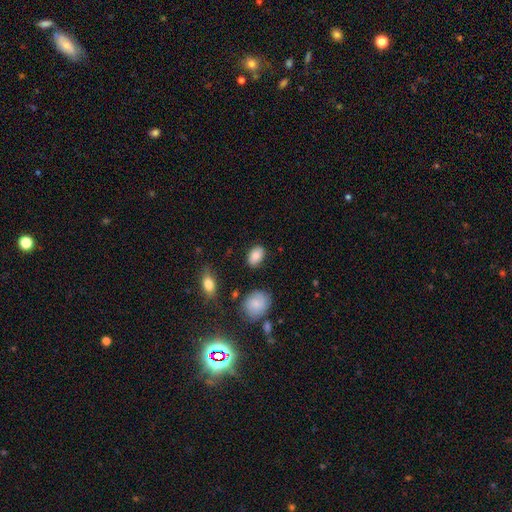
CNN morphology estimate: smooth_or_featured: smooth (p=0.81) [alt: featured or disk p=0.11]
how_rounded: in between (p=0.85) [alt: round p=0.14]
merging: none (p=0.83) [alt: minor disturbance p=0.12]